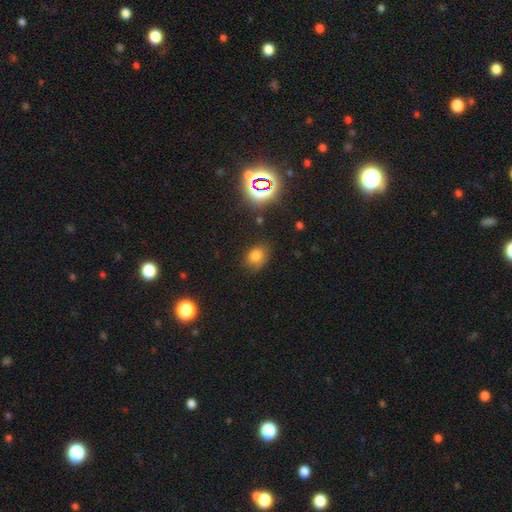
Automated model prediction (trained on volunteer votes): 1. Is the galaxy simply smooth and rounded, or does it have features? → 71% smooth, 20% star or artifact, 9% featured or disk.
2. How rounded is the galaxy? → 61% in between, 37% round, 1% cigar-shaped.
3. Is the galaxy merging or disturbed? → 71% none, 21% minor disturbance, 6% major disturbance, 2% merger.